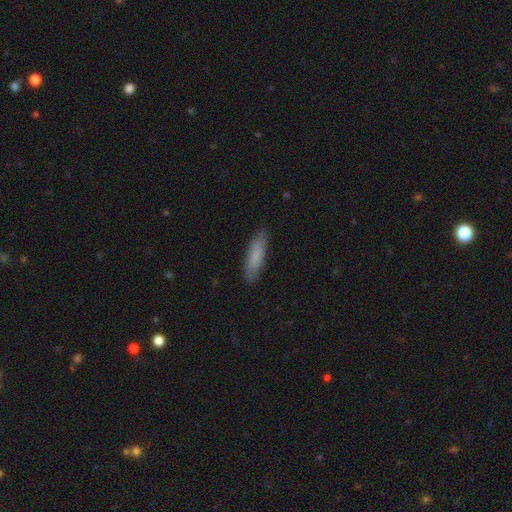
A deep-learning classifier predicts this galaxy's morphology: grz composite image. It shows a smooth galaxy with no disk features (78%) that is cigar-shaped (67%). Merging: none (85%).